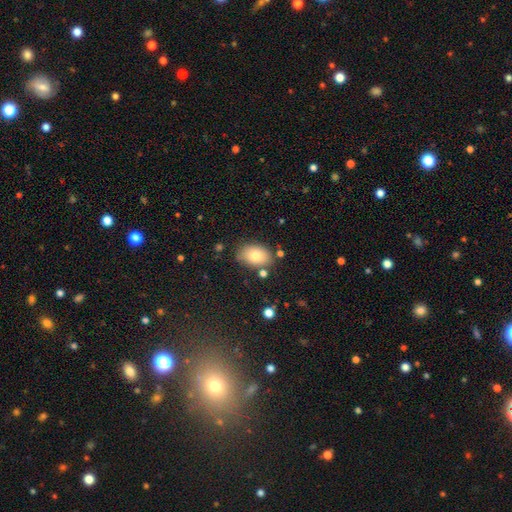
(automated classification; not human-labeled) Smooth or featured: smooth — 77% (featured or disk — 14%)
How rounded: in between — 83% (round — 16%)
Merging: none — 78% (minor disturbance — 14%)